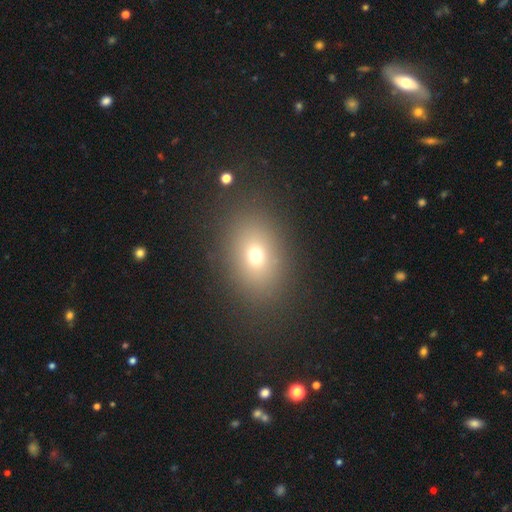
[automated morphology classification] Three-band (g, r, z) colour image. It shows a smooth galaxy with no disk features (69%) that is in between round and cigar-shaped (63%). Merging: none (84%).